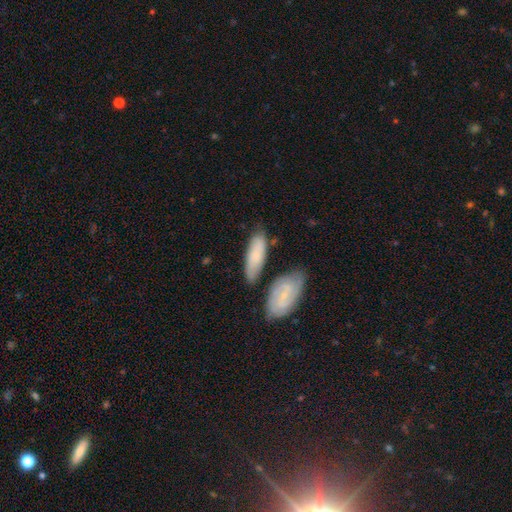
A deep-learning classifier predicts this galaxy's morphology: Smooth or featured: smooth — 64% (featured or disk — 30%)
How rounded: in between — 63% (cigar-shaped — 34%)
Merging: none — 61% (minor disturbance — 19%)